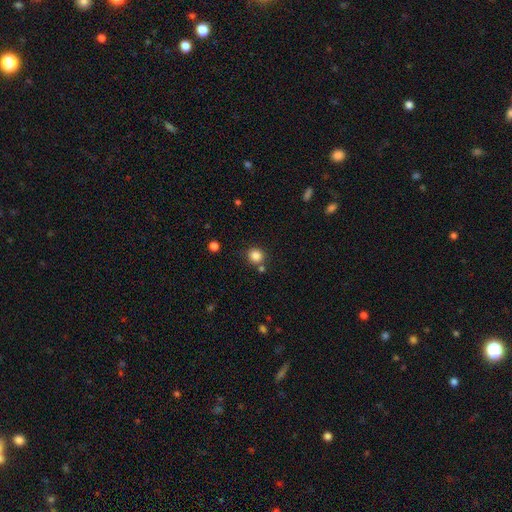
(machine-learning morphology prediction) A smooth galaxy with no disk features (84%) that is round (88%). Merging: none (78%).